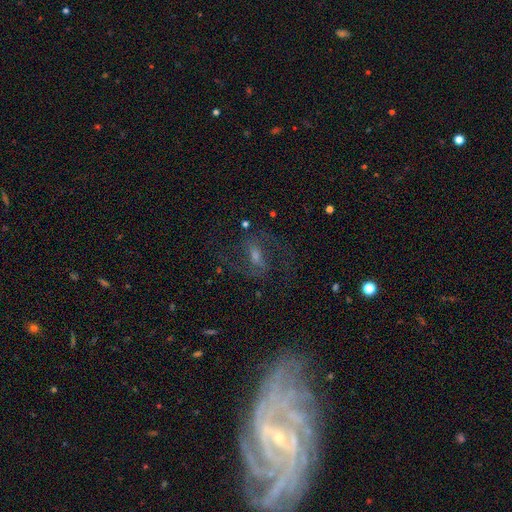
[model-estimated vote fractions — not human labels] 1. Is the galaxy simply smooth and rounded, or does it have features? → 79% featured or disk, 11% star or artifact, 11% smooth.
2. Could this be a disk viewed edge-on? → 96% no, 4% yes.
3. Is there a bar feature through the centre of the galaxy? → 52% weak, 29% strong, 20% no.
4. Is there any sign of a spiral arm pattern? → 93% yes, 7% no.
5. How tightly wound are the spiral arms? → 54% medium, 34% loose, 11% tight.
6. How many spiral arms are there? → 90% 2, 4% can't tell, 2% 1, 2% 3, 1% 4, 1% more than 4.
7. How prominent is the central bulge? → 43% moderate, 42% small, 8% none, 6% large, 1% dominant.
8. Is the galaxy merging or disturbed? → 71% none, 14% minor disturbance, 13% major disturbance, 2% merger.